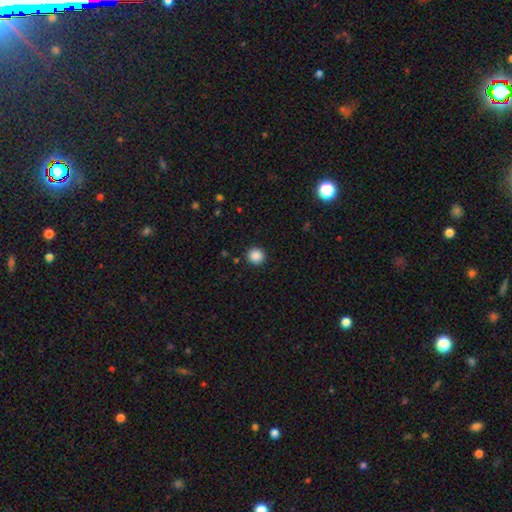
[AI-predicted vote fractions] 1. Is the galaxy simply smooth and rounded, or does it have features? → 88% smooth, 10% star or artifact, 2% featured or disk.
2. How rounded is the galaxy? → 94% round, 5% in between, 1% cigar-shaped.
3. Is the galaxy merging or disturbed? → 92% none, 5% minor disturbance, 2% major disturbance, 1% merger.